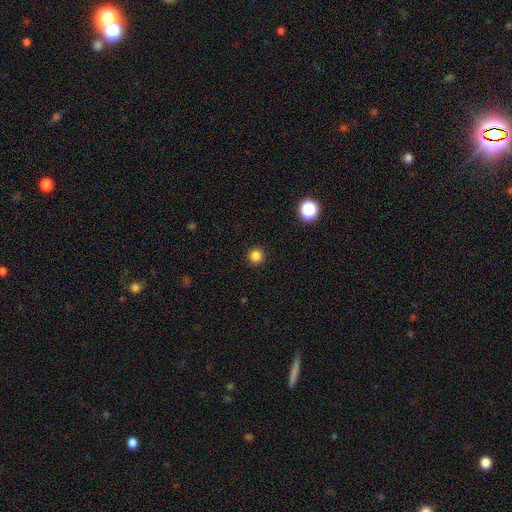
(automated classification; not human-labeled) This is clearly a smooth galaxy (84%). How rounded: clearly round (95%). Merging: clearly none (93%).